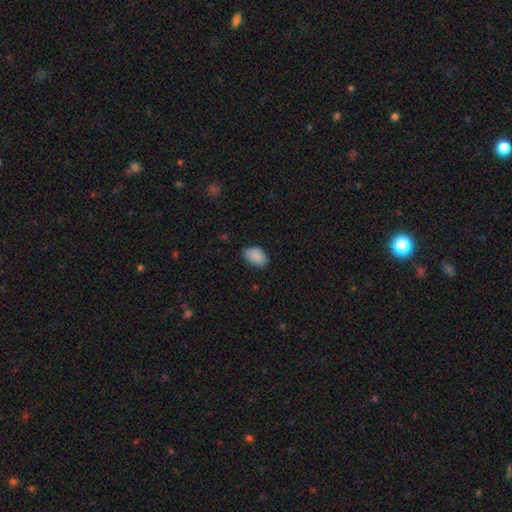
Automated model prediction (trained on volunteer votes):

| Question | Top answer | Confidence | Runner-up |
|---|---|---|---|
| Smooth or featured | smooth | 88% | star or artifact (7%) |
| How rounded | in between | 89% | round (10%) |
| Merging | none | 76% | minor disturbance (20%) |